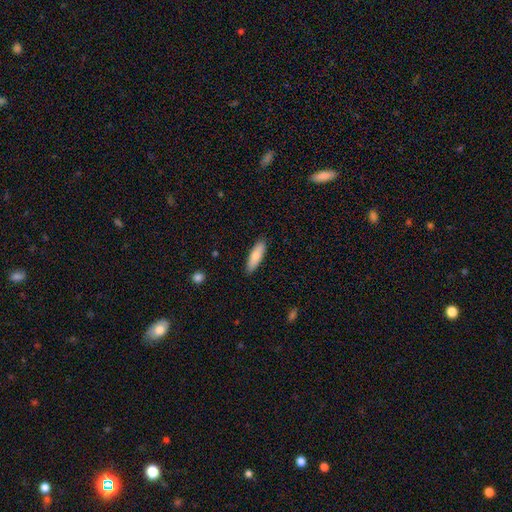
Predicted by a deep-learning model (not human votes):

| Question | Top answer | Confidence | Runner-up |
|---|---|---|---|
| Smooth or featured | smooth | 80% | featured or disk (14%) |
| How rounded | cigar-shaped | 50% | in between (48%) |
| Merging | none | 88% | minor disturbance (9%) |